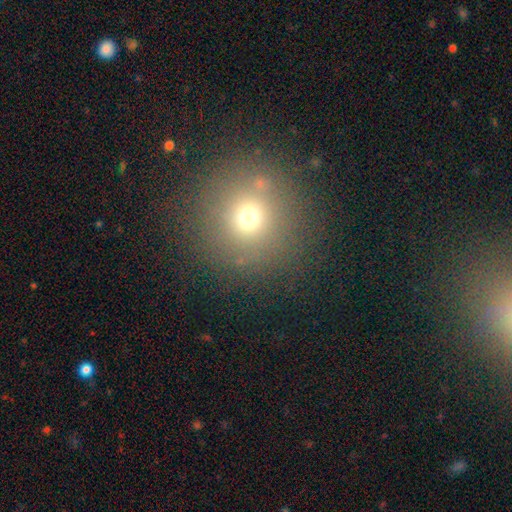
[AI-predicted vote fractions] The model was most divided on "smooth or featured": smooth: 64%, star or artifact: 24%, featured or disk: 12%. More confident: how rounded — round (94%); merging — none (83%).